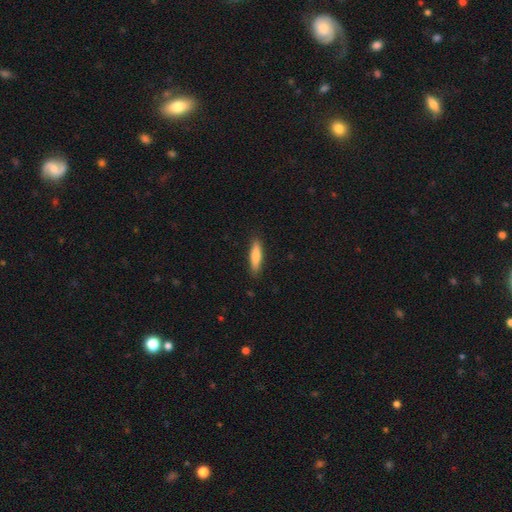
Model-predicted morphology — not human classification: Smooth or featured: smooth — 79% (featured or disk — 15%)
How rounded: cigar-shaped — 76% (in between — 22%)
Merging: none — 87% (minor disturbance — 10%)